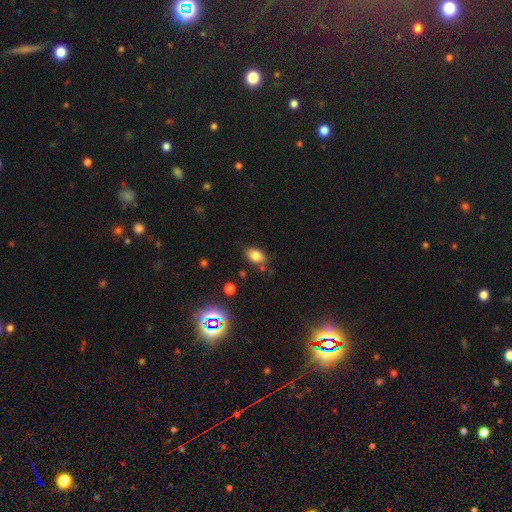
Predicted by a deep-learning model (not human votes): Smooth or featured: smooth — 79% (star or artifact — 12%)
How rounded: in between — 84% (round — 14%)
Merging: none — 77% (minor disturbance — 15%)